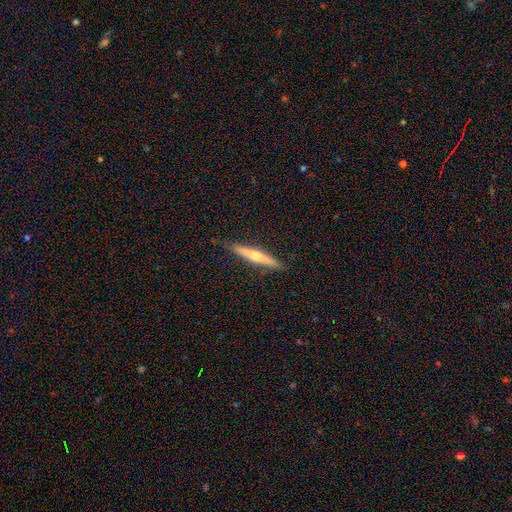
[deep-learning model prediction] Q: Smooth or featured?
A: featured or disk (57%); runner-up: smooth (37%)
Q: Edge-on disk?
A: yes (96%); runner-up: no (4%)
Q: Edge-on bulge?
A: rounded (85%); runner-up: none (11%)
Q: Merging?
A: none (88%); runner-up: minor disturbance (9%)